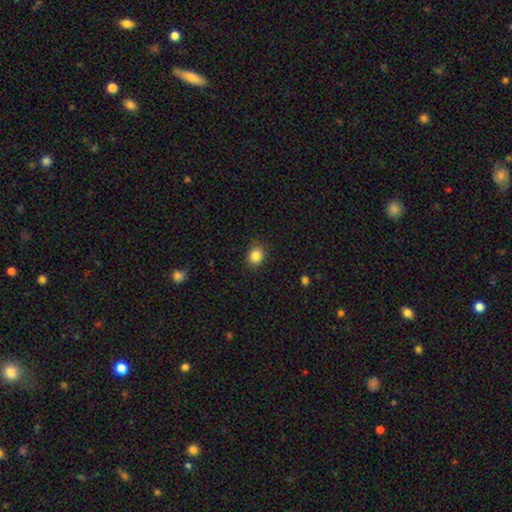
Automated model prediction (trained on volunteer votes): A smooth galaxy with no disk features (85%) that is round (63%).

Vote fractions:
- Smooth or featured? smooth: 85% / star or artifact: 10% / featured or disk: 5%
- How rounded? round: 63% / in between: 36% / cigar-shaped: 1%
- Merging? none: 87% / minor disturbance: 10% / major disturbance: 2% / merger: 1%